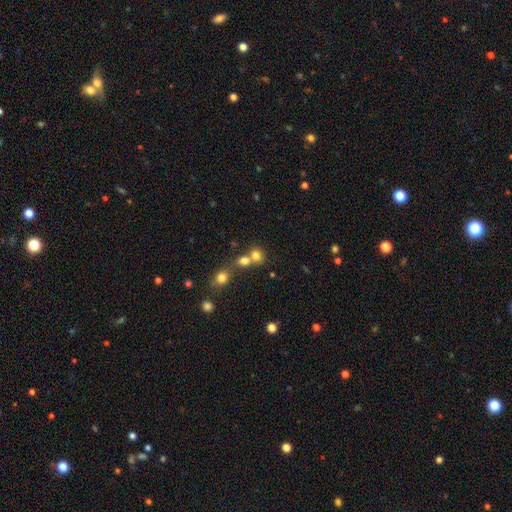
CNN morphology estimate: This is likely a smooth galaxy (76%). How rounded: likely round (70%). Merging: possibly merger (46%).